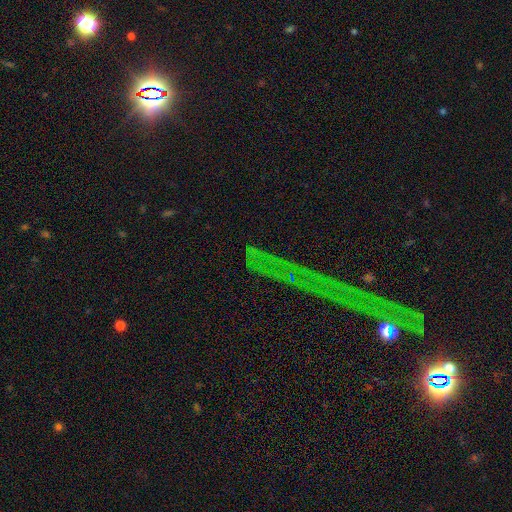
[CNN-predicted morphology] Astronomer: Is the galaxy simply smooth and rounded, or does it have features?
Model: star or artifact — 71%.